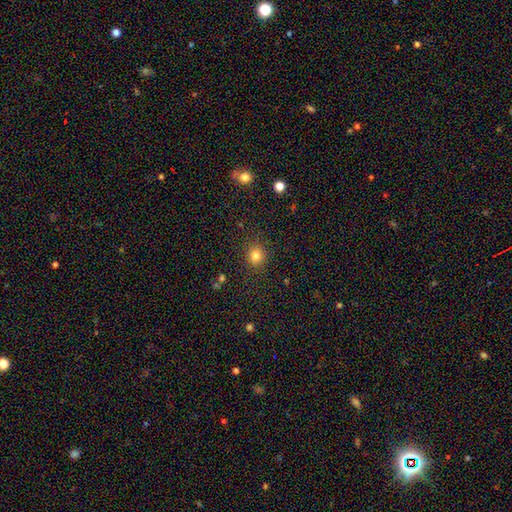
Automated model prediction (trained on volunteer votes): Smooth or featured: smooth — 81% (star or artifact — 13%)
How rounded: round — 80% (in between — 19%)
Merging: none — 88% (minor disturbance — 8%)